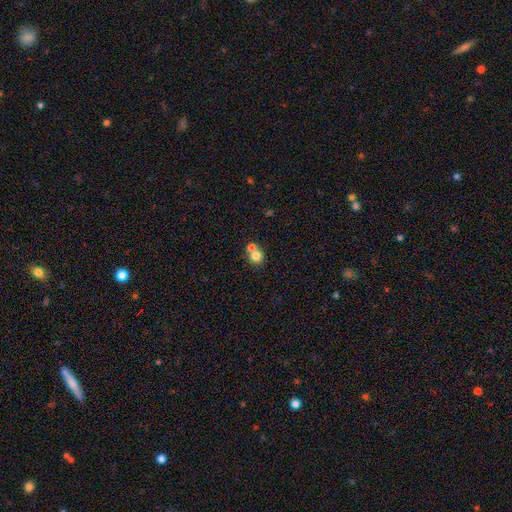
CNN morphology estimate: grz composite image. It shows a smooth galaxy with no disk features (78%) that is round (86%). Merging: merger (48%).